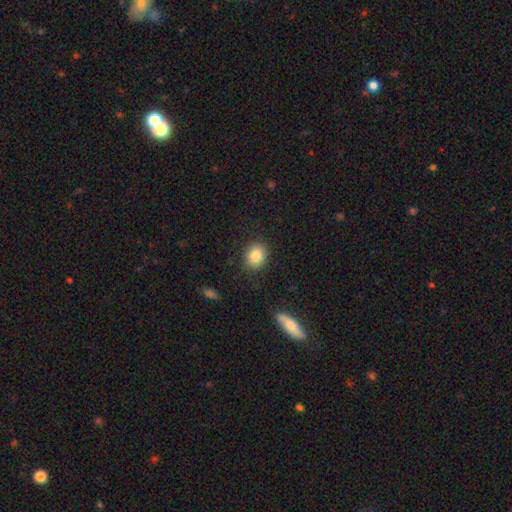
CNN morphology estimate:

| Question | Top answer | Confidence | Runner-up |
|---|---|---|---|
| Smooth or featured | smooth | 85% | star or artifact (9%) |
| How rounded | round | 65% | in between (34%) |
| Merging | none | 86% | minor disturbance (9%) |